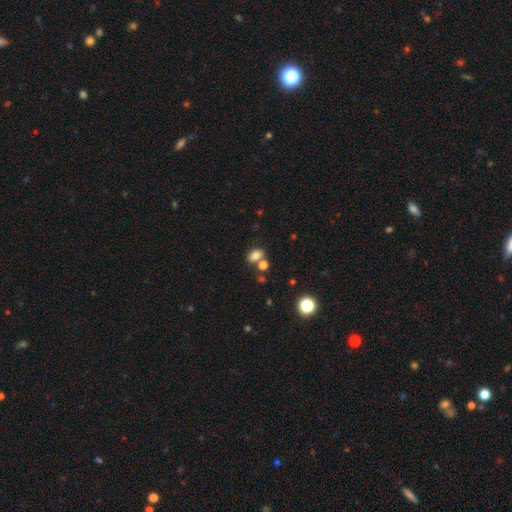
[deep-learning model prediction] A smooth galaxy with no disk features (77%) that is in between round and cigar-shaped (80%).

Vote fractions:
- Smooth or featured? smooth: 77% / star or artifact: 13% / featured or disk: 10%
- How rounded? in between: 80% / round: 18% / cigar-shaped: 2%
- Merging? none: 57% / merger: 26% / minor disturbance: 12% / major disturbance: 4%